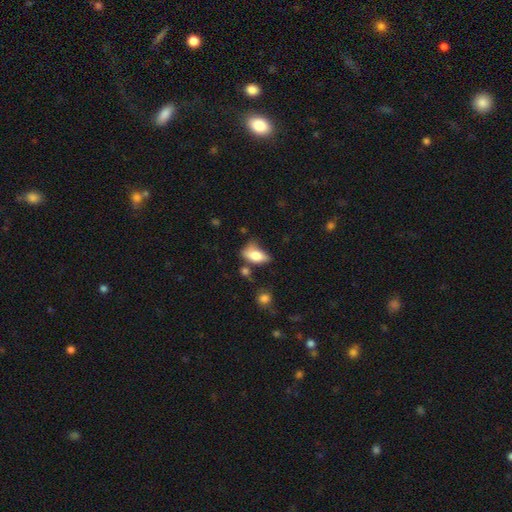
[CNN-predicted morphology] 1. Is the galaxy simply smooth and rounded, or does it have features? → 74% smooth, 18% featured or disk, 8% star or artifact.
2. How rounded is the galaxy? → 86% in between, 9% cigar-shaped, 5% round.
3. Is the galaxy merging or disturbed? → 38% none, 33% minor disturbance, 17% major disturbance, 11% merger.